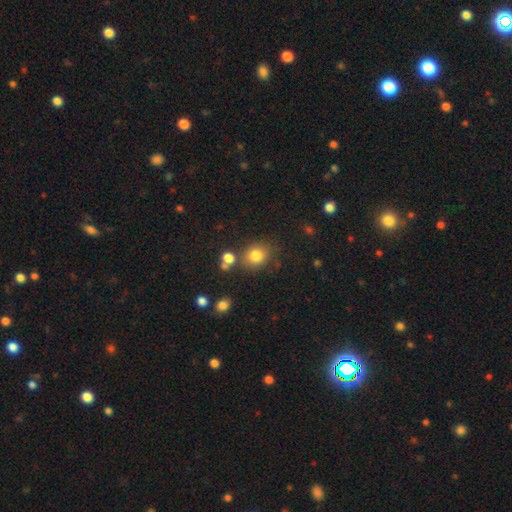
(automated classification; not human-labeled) Morphology: type=smooth (81%); roundness=round (68%); merging=none (74%).